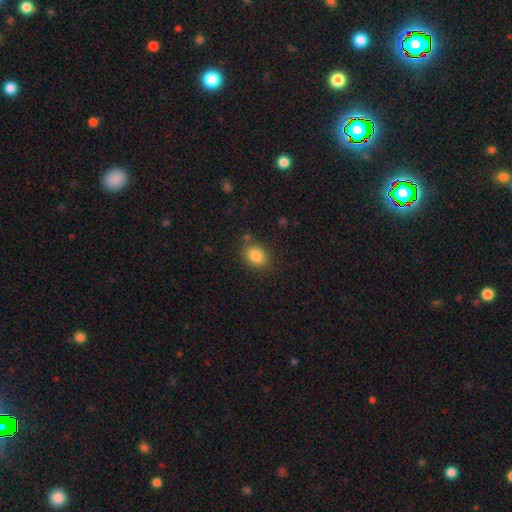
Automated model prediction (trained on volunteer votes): Smooth or featured? Predicted: smooth (p=0.85). How rounded? Predicted: in between (p=0.63). Merging? Predicted: none (p=0.80).